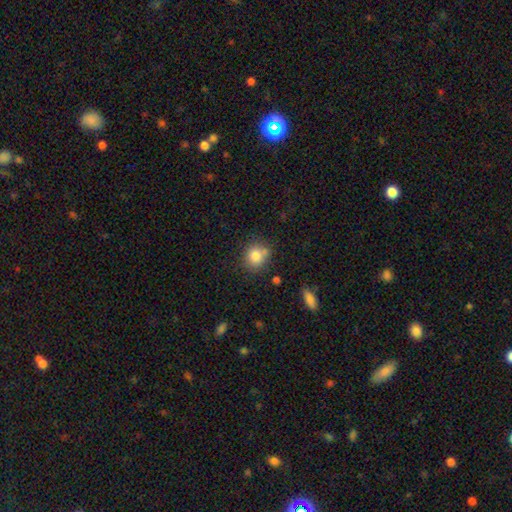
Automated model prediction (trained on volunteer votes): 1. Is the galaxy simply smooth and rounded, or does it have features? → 83% smooth, 10% star or artifact, 7% featured or disk.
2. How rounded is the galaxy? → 80% round, 19% in between, 1% cigar-shaped.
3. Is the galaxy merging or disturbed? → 67% none, 17% minor disturbance, 12% merger, 5% major disturbance.